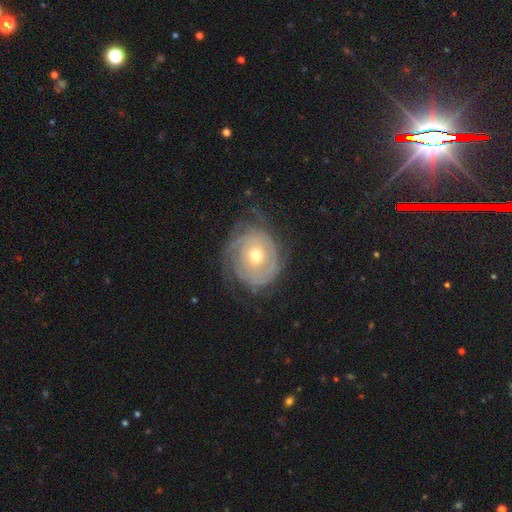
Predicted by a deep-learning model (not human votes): A featured or disk galaxy (83%) with no bar (80%), tight (79%) spiral arms (93%) and a moderate central bulge (59%).

Vote fractions:
- Smooth or featured? featured or disk: 83% / smooth: 11% / star or artifact: 6%
- Edge-on disk? no: 97% / yes: 3%
- Bar? no: 80% / weak: 15% / strong: 4%
- Spiral arms? yes: 93% / no: 7%
- Spiral winding? tight: 79% / medium: 16% / loose: 5%
- Spiral arm count? can't tell: 39% / 2: 21% / 3: 18% / 4: 9% / 1: 6% / more than 4: 6%
- Bulge size? moderate: 59% / small: 36% / large: 3% / dominant: 1% / none: 1%
- Merging? none: 70% / minor disturbance: 20% / major disturbance: 9% / merger: 1%